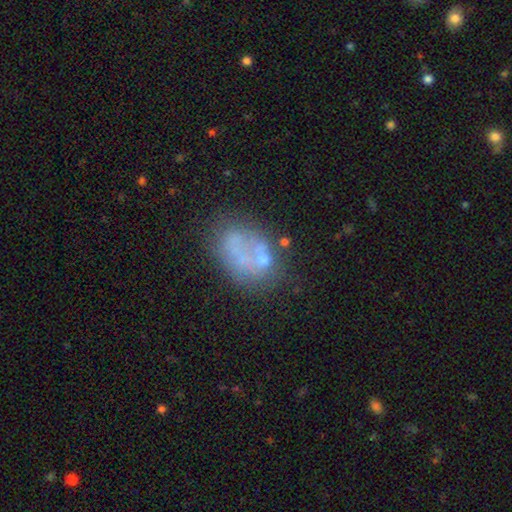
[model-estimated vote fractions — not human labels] A featured or disk galaxy (49%). Merging: none (44%).